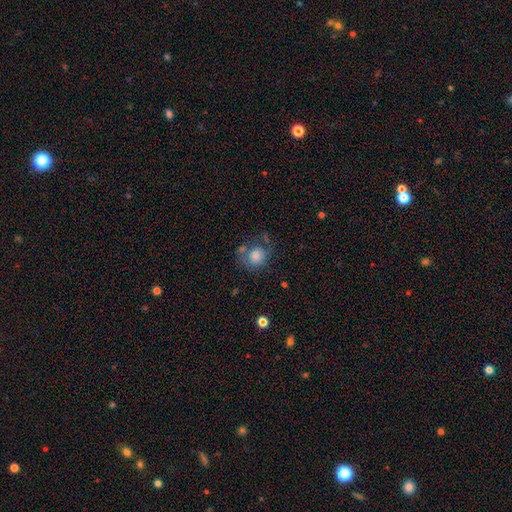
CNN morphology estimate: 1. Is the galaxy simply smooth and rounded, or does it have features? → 68% smooth, 22% featured or disk, 9% star or artifact.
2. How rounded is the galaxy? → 79% round, 20% in between, 1% cigar-shaped.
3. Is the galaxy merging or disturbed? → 48% none, 23% minor disturbance, 18% major disturbance, 10% merger.